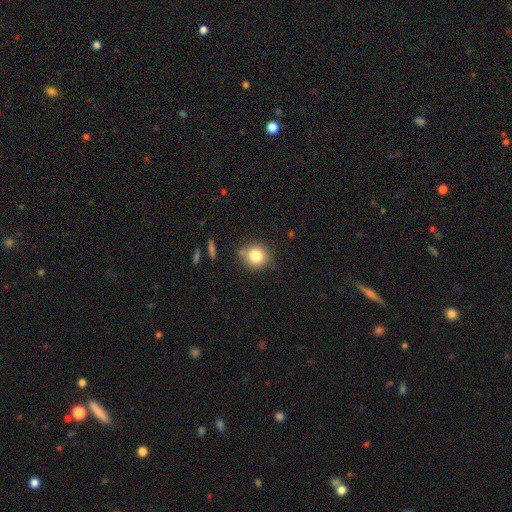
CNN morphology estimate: The model was most divided on "merging": none: 77%, minor disturbance: 15%, merger: 5%, major disturbance: 4%. More confident: how rounded — round (84%); smooth or featured — smooth (81%).